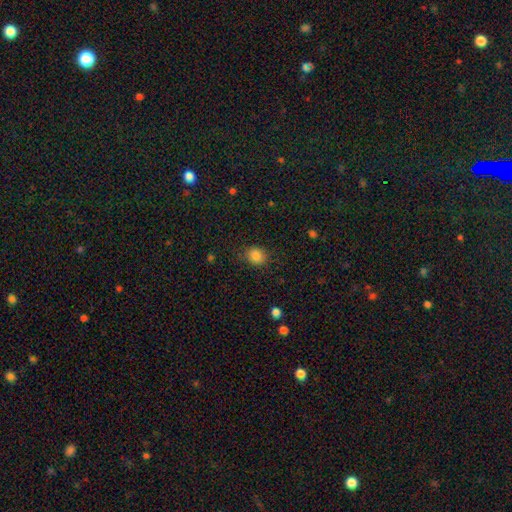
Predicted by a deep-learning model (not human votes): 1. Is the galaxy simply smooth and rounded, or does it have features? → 85% smooth, 11% star or artifact, 4% featured or disk.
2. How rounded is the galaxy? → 67% round, 32% in between, 1% cigar-shaped.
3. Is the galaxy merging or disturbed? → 81% none, 14% minor disturbance, 4% major disturbance, 1% merger.